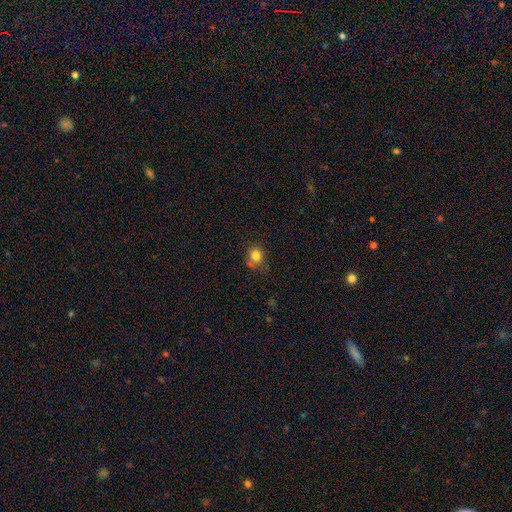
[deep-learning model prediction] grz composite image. It shows a smooth galaxy with no disk features (81%) that is round (75%). Merging: none (65%).